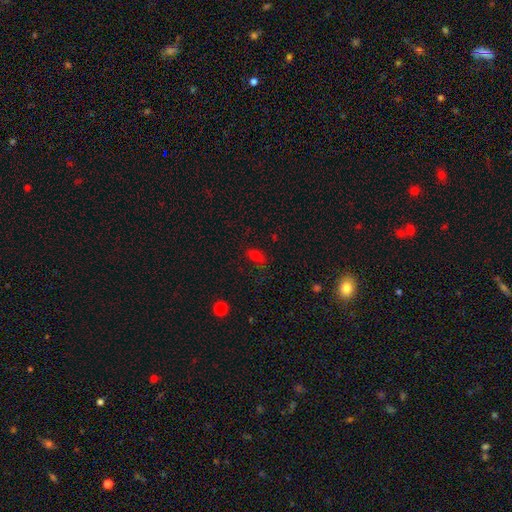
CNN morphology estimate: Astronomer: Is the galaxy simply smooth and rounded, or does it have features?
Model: smooth — 69%.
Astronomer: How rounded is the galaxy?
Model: in between — 79%.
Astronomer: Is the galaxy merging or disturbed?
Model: none — 61%.